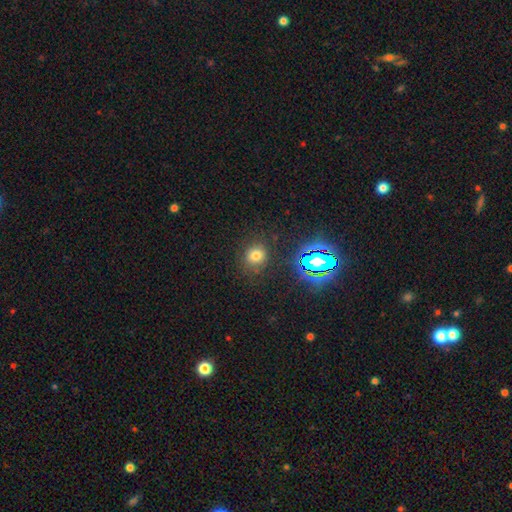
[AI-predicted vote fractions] The model was most divided on "smooth or featured": smooth: 69%, star or artifact: 23%, featured or disk: 9%. More confident: merging — none (83%); how rounded — round (81%).